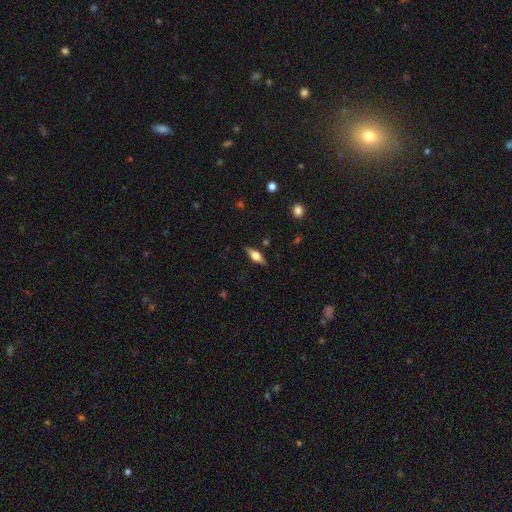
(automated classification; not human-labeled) Smooth or featured: featured or disk — 52% (smooth — 41%)
Edge-on disk: yes — 93% (no — 7%)
Merging: none — 86% (minor disturbance — 10%)